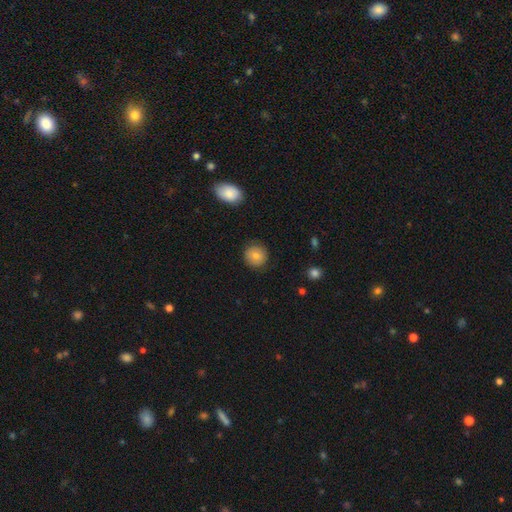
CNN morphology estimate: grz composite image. It shows a smooth galaxy with no disk features (79%) that is round (90%). Merging: none (86%).